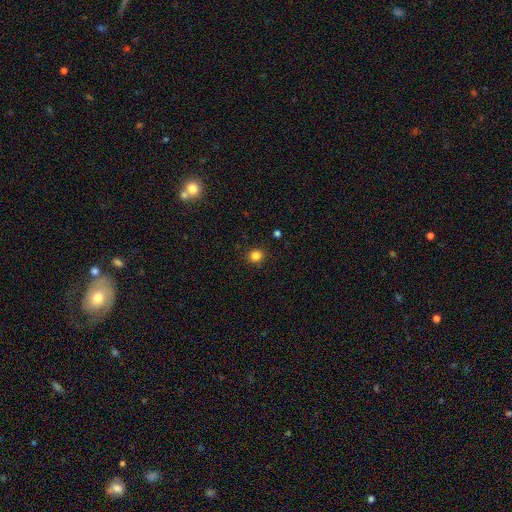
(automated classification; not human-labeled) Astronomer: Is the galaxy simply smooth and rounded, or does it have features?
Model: smooth — 83%.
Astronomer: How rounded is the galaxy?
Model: round — 80%.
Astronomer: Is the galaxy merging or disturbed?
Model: none — 90%.